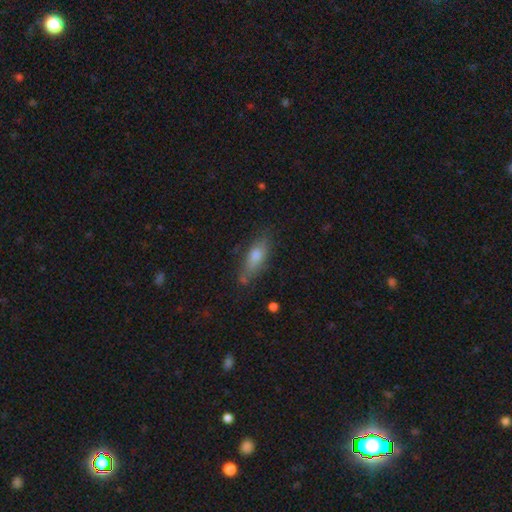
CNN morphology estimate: Q: Smooth or featured?
A: smooth (68%); runner-up: featured or disk (23%)
Q: How rounded?
A: in between (56%); runner-up: cigar-shaped (41%)
Q: Merging?
A: none (74%); runner-up: minor disturbance (19%)